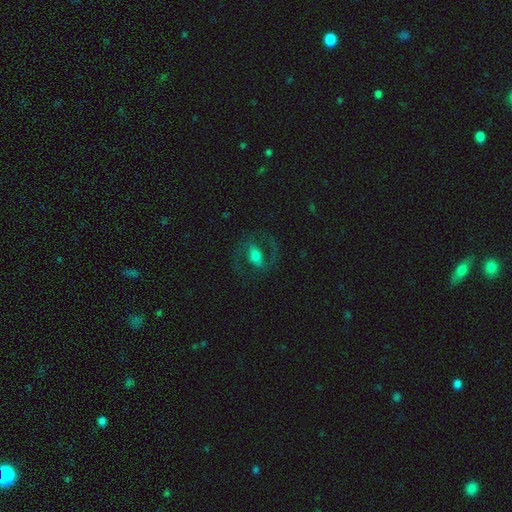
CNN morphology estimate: A featured or disk galaxy (70%) with a strong bar (43%), 2 (89%) medium (56%) spiral arms (81%) and a moderate central bulge (56%). Merging: none (71%).